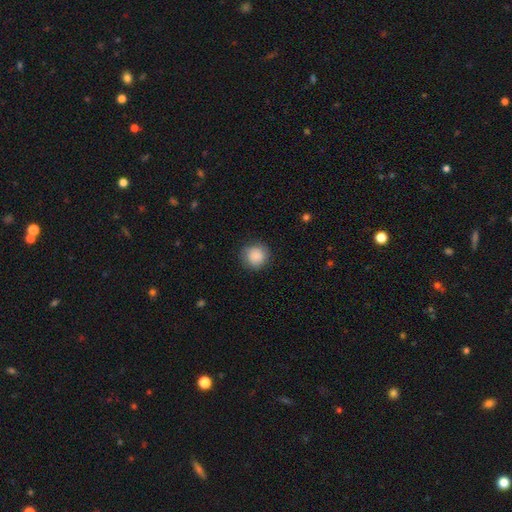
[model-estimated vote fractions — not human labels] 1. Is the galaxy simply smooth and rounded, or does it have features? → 86% smooth, 7% star or artifact, 6% featured or disk.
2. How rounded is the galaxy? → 93% round, 6% in between, 1% cigar-shaped.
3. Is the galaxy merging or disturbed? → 86% none, 10% minor disturbance, 3% major disturbance, 1% merger.